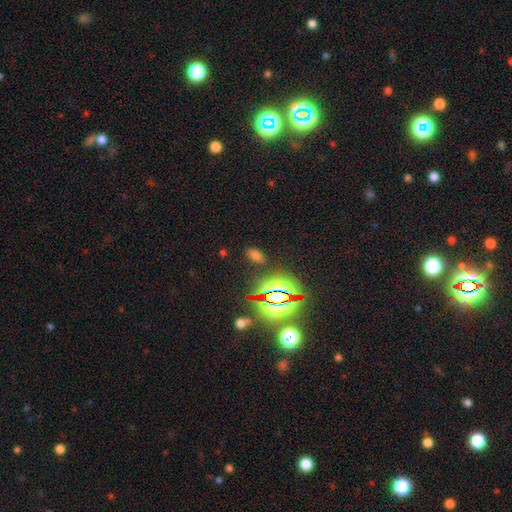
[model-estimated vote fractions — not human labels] Smooth or featured? Predicted: smooth (p=0.57). How rounded? Predicted: in between (p=0.89). Merging? Predicted: none (p=0.85).